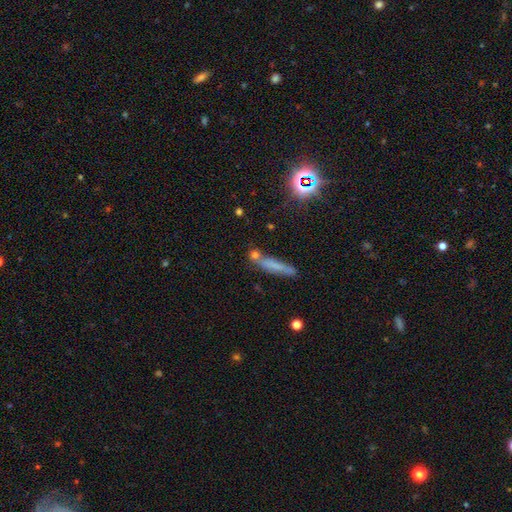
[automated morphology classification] This appears to be a smooth galaxy with no disk features (58%) that is cigar-shaped (86%). Merging: none (67%).